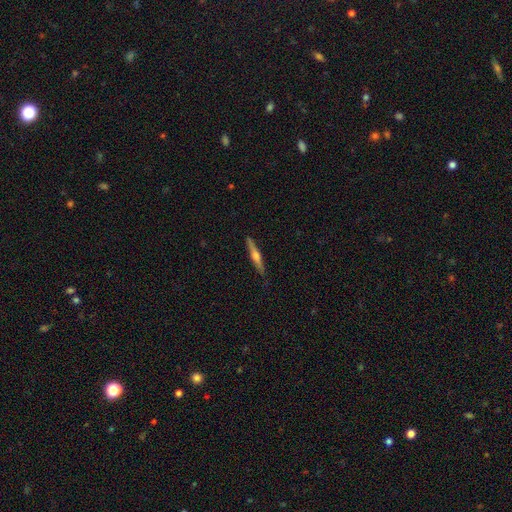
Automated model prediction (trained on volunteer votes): A featured or disk galaxy (70%) viewed edge-on (98%) with a rounded central bulge (87%). Merging: none (90%).